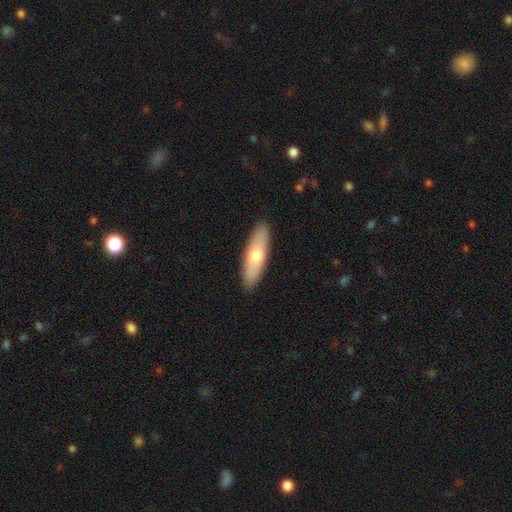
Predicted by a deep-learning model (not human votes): A smooth galaxy with no disk features (64%) that is cigar-shaped (55%). Merging: none (90%).